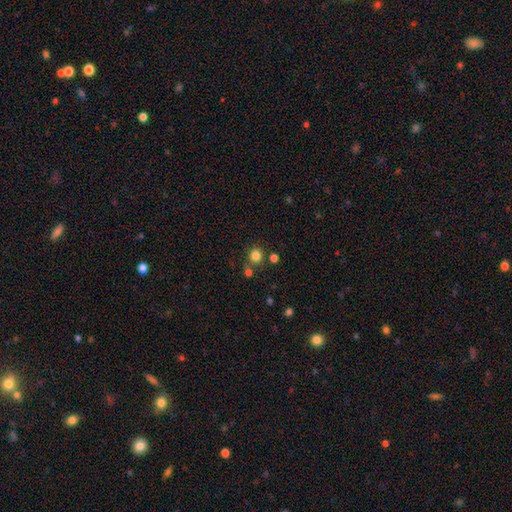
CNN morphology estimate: A smooth galaxy with no disk features (82%) that is round (86%).

Vote fractions:
- Smooth or featured? smooth: 82% / star or artifact: 14% / featured or disk: 5%
- How rounded? round: 86% / in between: 13% / cigar-shaped: 1%
- Merging? none: 77% / merger: 11% / minor disturbance: 9% / major disturbance: 3%